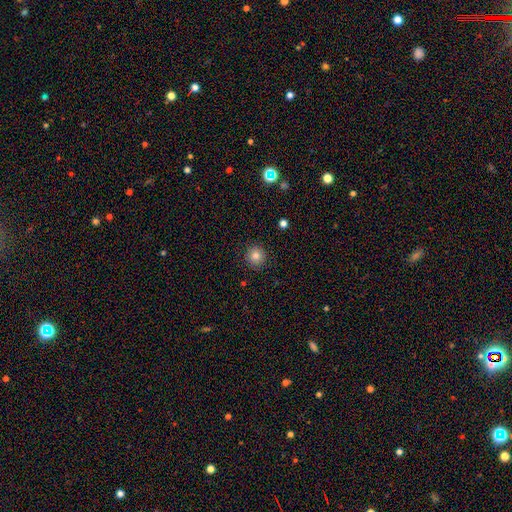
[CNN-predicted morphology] smooth-or-featured: smooth: 80% | star or artifact: 11% | featured or disk: 8%
  how-rounded: round: 93% | in between: 6% | cigar-shaped: 1%
  merging: none: 91% | minor disturbance: 6% | major disturbance: 2% | merger: 1%